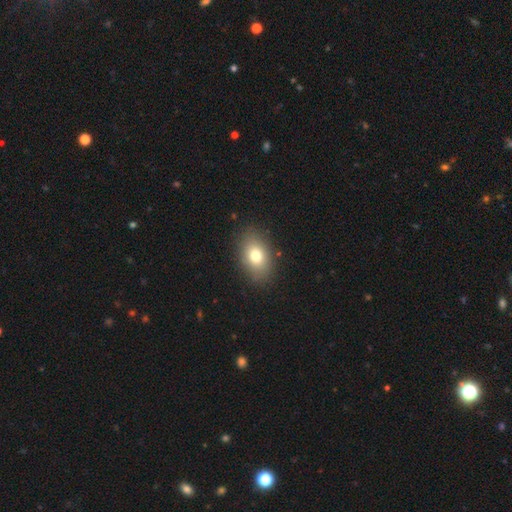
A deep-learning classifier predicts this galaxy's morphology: A smooth galaxy with no disk features (76%) that is in between round and cigar-shaped (81%).

Vote fractions:
- Smooth or featured? smooth: 76% / featured or disk: 13% / star or artifact: 10%
- How rounded? in between: 81% / round: 18% / cigar-shaped: 1%
- Merging? none: 86% / minor disturbance: 10% / major disturbance: 3% / merger: 1%